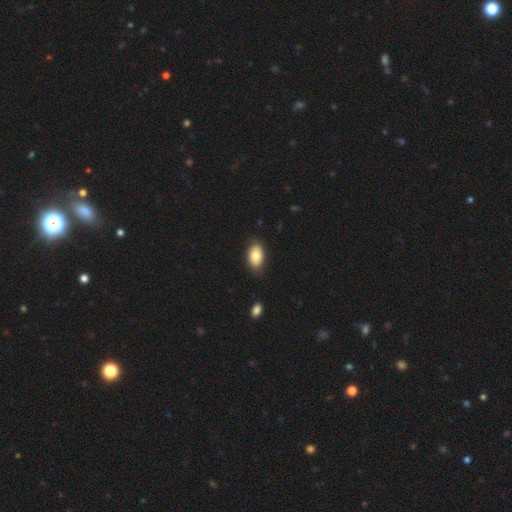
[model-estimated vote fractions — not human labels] smooth 82%, featured or disk 11%, star or artifact 7%. Down the decision tree: how rounded — in between (92%); merging — none (83%).